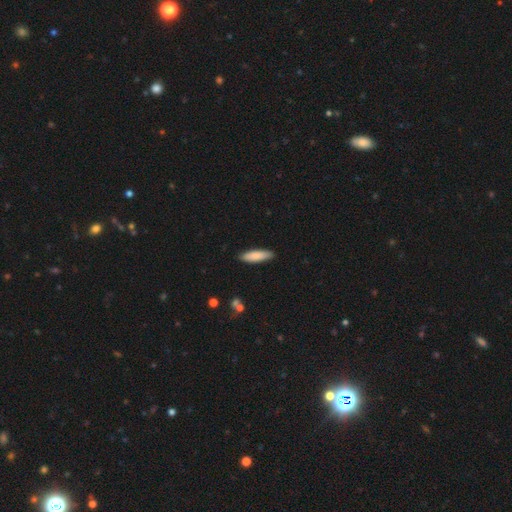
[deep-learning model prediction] smooth-or-featured: smooth: 85% | featured or disk: 9% | star or artifact: 6%
  how-rounded: cigar-shaped: 63% | in between: 36% | round: 1%
  merging: none: 89% | minor disturbance: 9% | major disturbance: 2% | merger: 1%